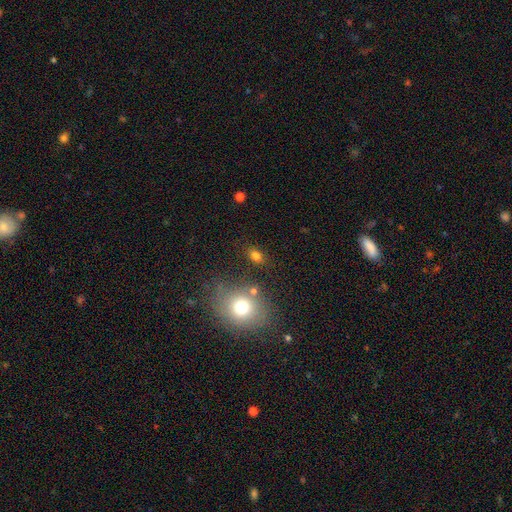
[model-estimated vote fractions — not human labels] Smooth or featured?
  - smooth: 77% *
  - star or artifact: 15%
  - featured or disk: 8%
How rounded?
  - in between: 69% *
  - round: 29%
  - cigar-shaped: 3%
Merging?
  - none: 77% *
  - minor disturbance: 12%
  - merger: 7%
  - major disturbance: 4%